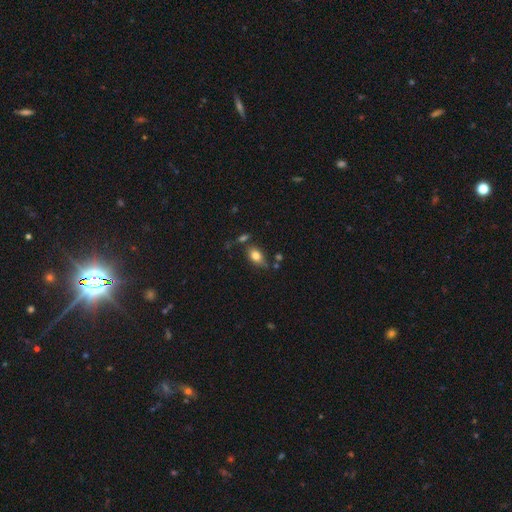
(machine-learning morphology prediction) Q: Smooth or featured?
A: smooth (78%); runner-up: featured or disk (13%)
Q: How rounded?
A: in between (81%); runner-up: round (15%)
Q: Merging?
A: none (65%); runner-up: minor disturbance (19%)